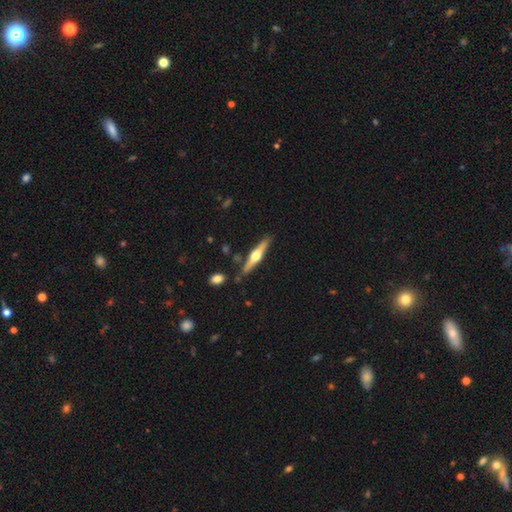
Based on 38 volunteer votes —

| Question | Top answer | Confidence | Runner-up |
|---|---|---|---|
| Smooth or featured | featured or disk | 79% | smooth (21%) |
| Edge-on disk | yes | 100% | — |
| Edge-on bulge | rounded | 97% | boxy (3%) |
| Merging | none | 79% | minor disturbance (11%) |